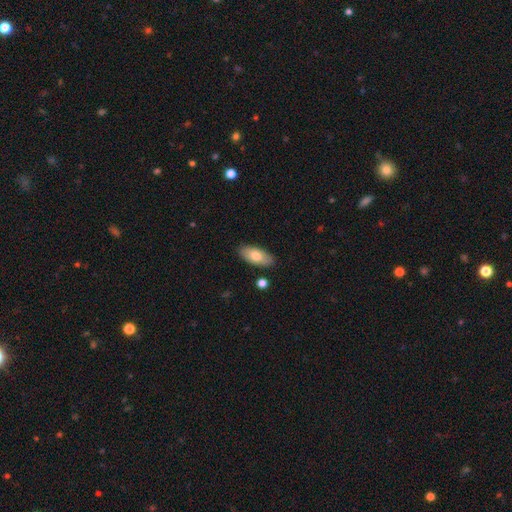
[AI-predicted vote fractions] Smooth or featured?
  - smooth: 75% *
  - featured or disk: 19%
  - star or artifact: 6%
How rounded?
  - in between: 89% *
  - cigar-shaped: 9%
  - round: 3%
Merging?
  - none: 86% *
  - minor disturbance: 10%
  - merger: 2%
  - major disturbance: 2%